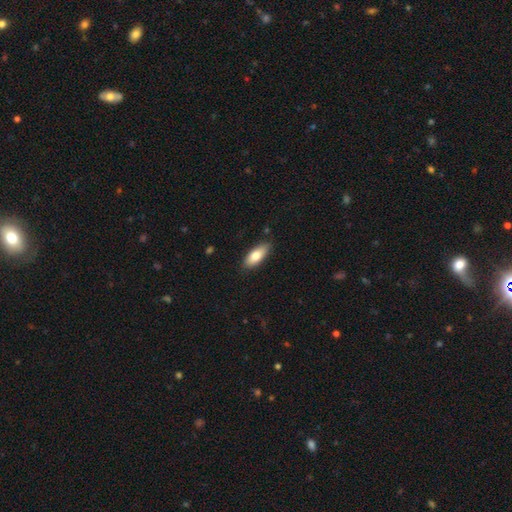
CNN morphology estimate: A smooth galaxy with no disk features (78%) that is in between round and cigar-shaped (78%). Merging: none (85%).